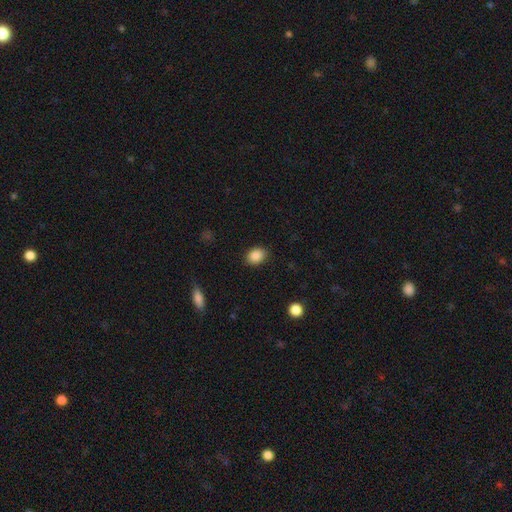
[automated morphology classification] Smooth or featured? smooth (88%)
How rounded? in between (62%)
Merging? none (86%)